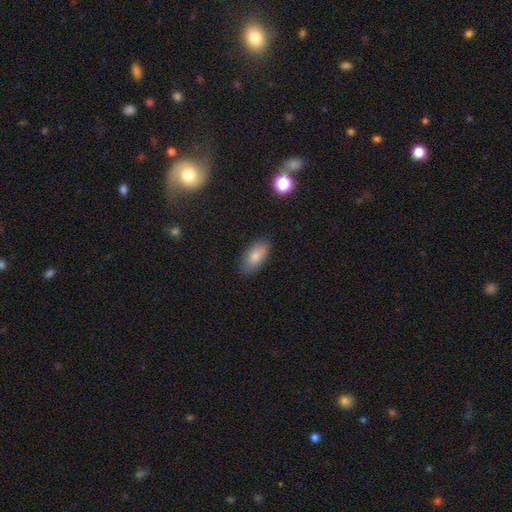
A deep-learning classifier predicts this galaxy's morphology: smooth_or_featured: smooth (p=0.82) [alt: featured or disk p=0.11]
how_rounded: in between (p=0.91) [alt: cigar-shaped p=0.06]
merging: none (p=0.83) [alt: minor disturbance p=0.13]